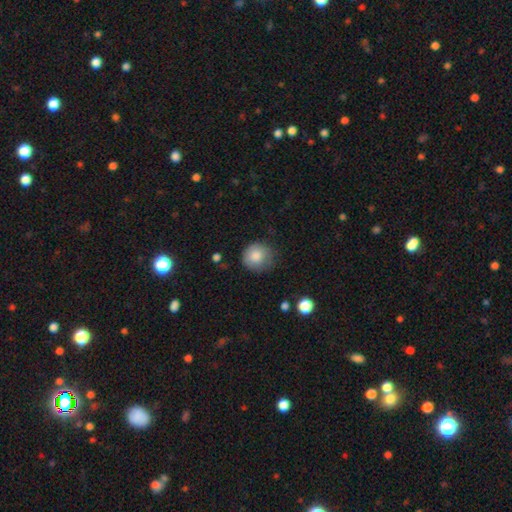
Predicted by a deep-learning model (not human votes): Morphology: type=smooth (84%); roundness=round (90%); merging=none (70%).